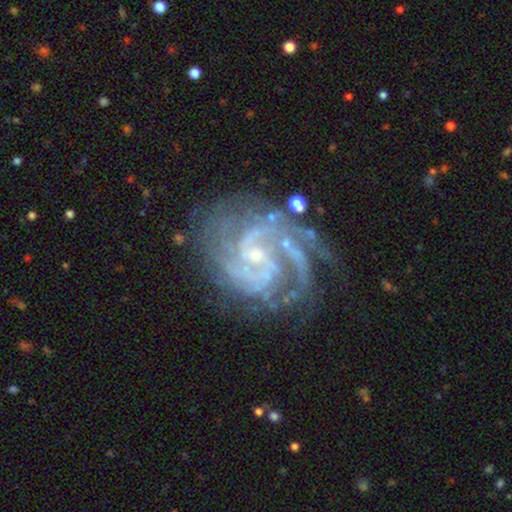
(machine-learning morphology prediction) Smooth or featured?
  - featured or disk: 91% *
  - star or artifact: 6%
  - smooth: 3%
Edge-on disk?
  - no: 98% *
  - yes: 2%
Bar?
  - no: 51% *
  - weak: 38%
  - strong: 11%
Spiral arms?
  - yes: 98% *
  - no: 2%
Spiral winding?
  - tight: 55% *
  - medium: 39%
  - loose: 6%
Spiral arm count?
  - 3: 27% *
  - 2: 24%
  - 4: 19%
  - can't tell: 15%
  - more than 4: 9%
  - 1: 7%
Bulge size?
  - small: 76% *
  - moderate: 17%
  - none: 5%
  - large: 1%
  - dominant: 1%
Merging?
  - none: 67% *
  - minor disturbance: 19%
  - major disturbance: 11%
  - merger: 3%